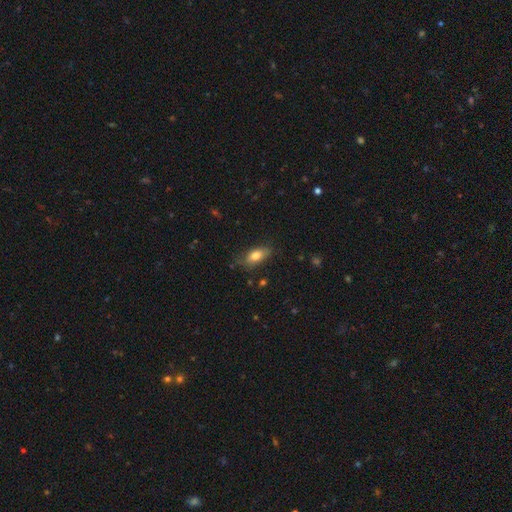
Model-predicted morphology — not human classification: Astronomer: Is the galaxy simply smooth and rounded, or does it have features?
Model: smooth — 76%.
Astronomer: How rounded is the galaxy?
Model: in between — 81%.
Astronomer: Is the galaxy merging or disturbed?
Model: none — 74%.